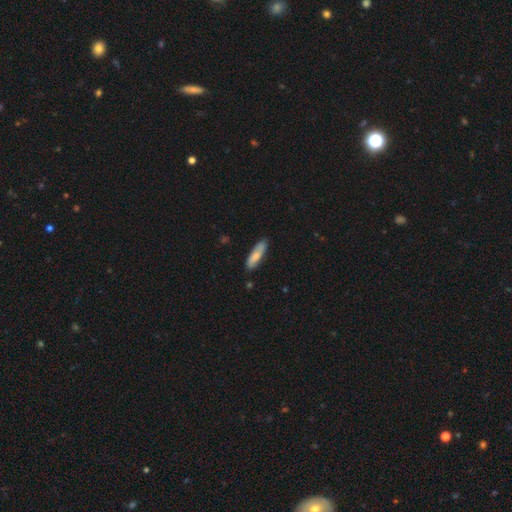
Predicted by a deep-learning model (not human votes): This is likely a smooth galaxy (72%). How rounded: likely cigar-shaped (63%). Merging: clearly none (83%).